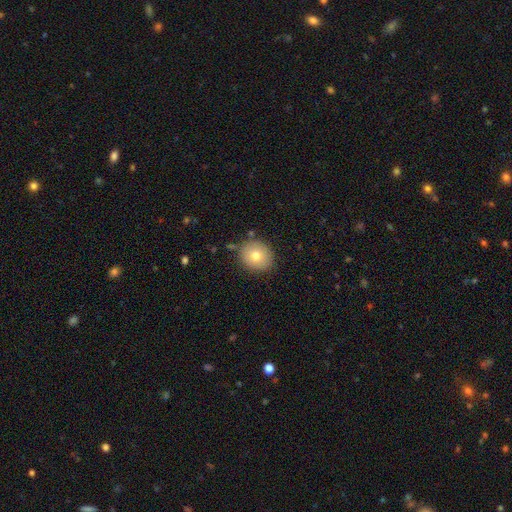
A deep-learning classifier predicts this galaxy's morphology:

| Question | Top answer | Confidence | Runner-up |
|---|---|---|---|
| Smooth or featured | smooth | 75% | featured or disk (15%) |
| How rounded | round | 80% | in between (19%) |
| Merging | none | 83% | minor disturbance (11%) |